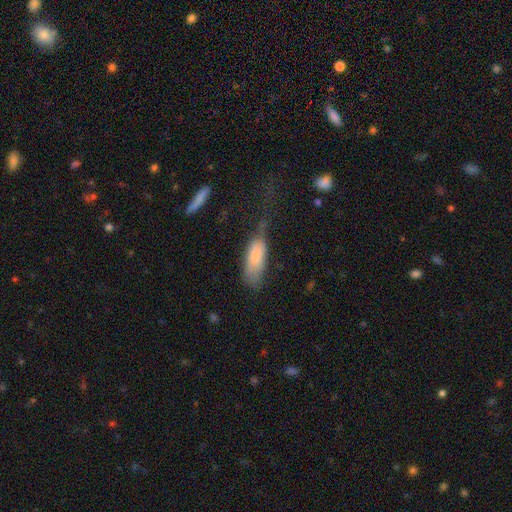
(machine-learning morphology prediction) Smooth or featured?
  - smooth: 77% *
  - featured or disk: 16%
  - star or artifact: 7%
How rounded?
  - in between: 71% *
  - cigar-shaped: 26%
  - round: 2%
Merging?
  - minor disturbance: 36% *
  - major disturbance: 31%
  - none: 29%
  - merger: 5%